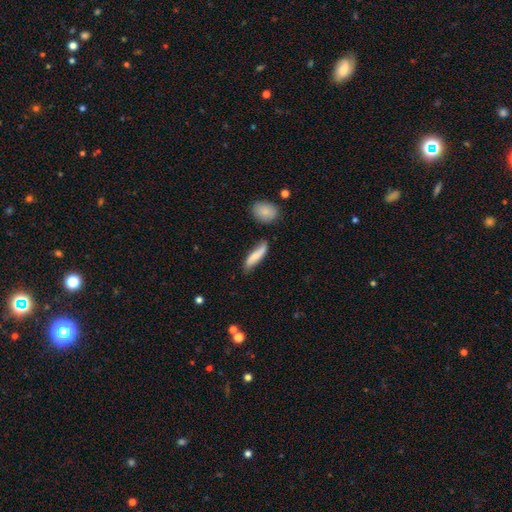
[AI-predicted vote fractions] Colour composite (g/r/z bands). It shows a smooth galaxy with no disk features (70%) that is cigar-shaped (69%). Merging: none (67%).